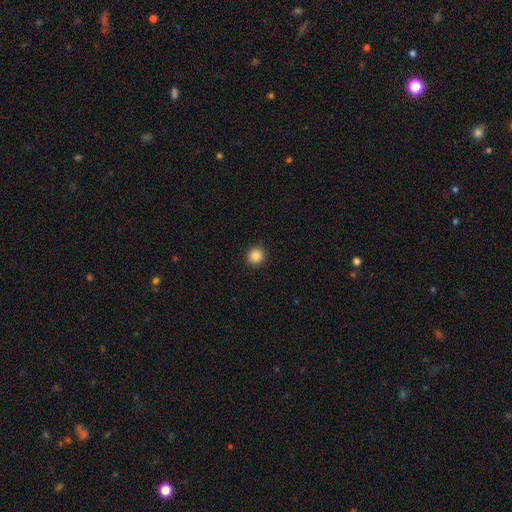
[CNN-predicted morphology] A smooth galaxy with no disk features (87%) that is round (92%). Merging: none (92%).